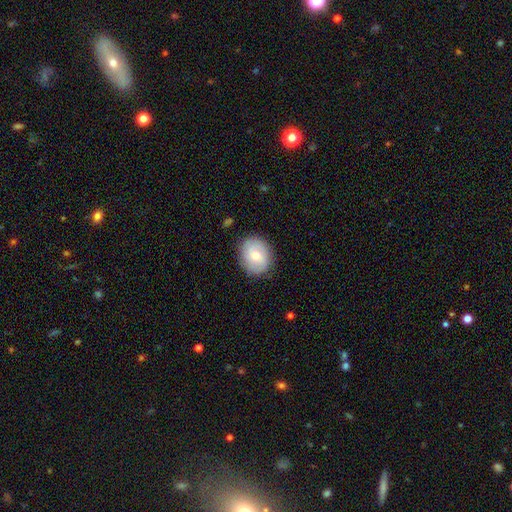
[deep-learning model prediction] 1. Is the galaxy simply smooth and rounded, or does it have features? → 63% smooth, 30% featured or disk, 8% star or artifact.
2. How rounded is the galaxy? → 62% round, 37% in between, 1% cigar-shaped.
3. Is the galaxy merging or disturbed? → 84% none, 11% minor disturbance, 3% major disturbance, 1% merger.